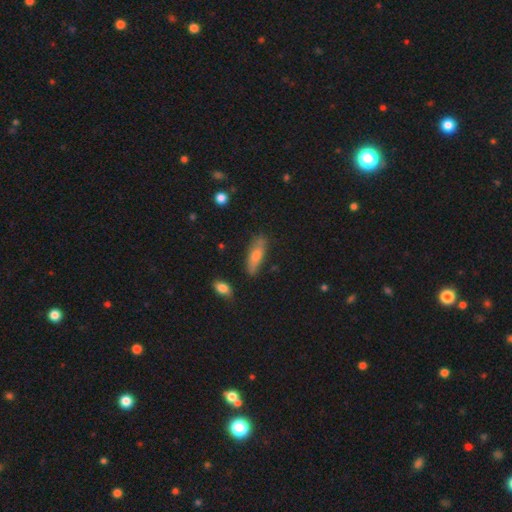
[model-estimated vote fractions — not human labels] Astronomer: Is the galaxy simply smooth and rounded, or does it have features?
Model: smooth — 67%.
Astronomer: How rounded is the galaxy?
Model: cigar-shaped — 54% (runner-up: in between, 44%).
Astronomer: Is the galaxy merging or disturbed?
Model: none — 73%.